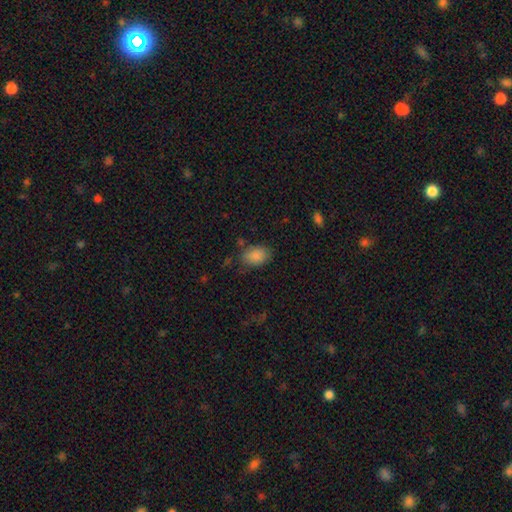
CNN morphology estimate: Overall: smooth (87%). How rounded: in between (80%). Merging: none (75%).